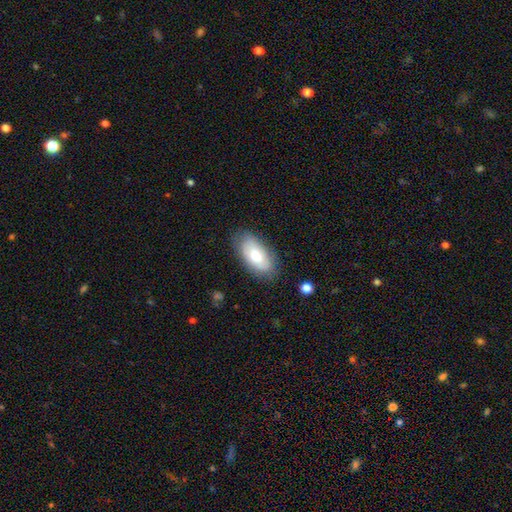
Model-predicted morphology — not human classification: This is likely a smooth galaxy (68%). How rounded: clearly in between (93%). Merging: likely none (77%).